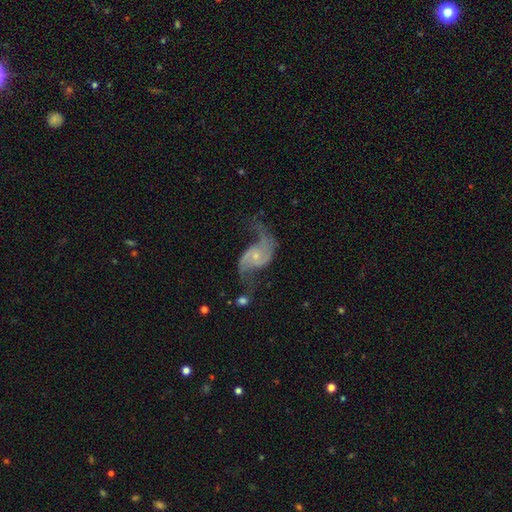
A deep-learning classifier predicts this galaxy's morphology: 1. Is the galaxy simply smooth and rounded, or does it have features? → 89% featured or disk, 6% smooth, 5% star or artifact.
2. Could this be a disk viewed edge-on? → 97% no, 3% yes.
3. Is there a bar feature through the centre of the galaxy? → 62% no, 30% weak, 8% strong.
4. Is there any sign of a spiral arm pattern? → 96% yes, 4% no.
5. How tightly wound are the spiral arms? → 73% loose, 22% medium, 5% tight.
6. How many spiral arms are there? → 92% 2, 2% can't tell, 2% 1, 1% 3, 1% 4, 1% more than 4.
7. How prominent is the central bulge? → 71% small, 22% moderate, 4% none, 1% large, 1% dominant.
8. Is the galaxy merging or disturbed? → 57% none, 19% minor disturbance, 18% major disturbance, 5% merger.